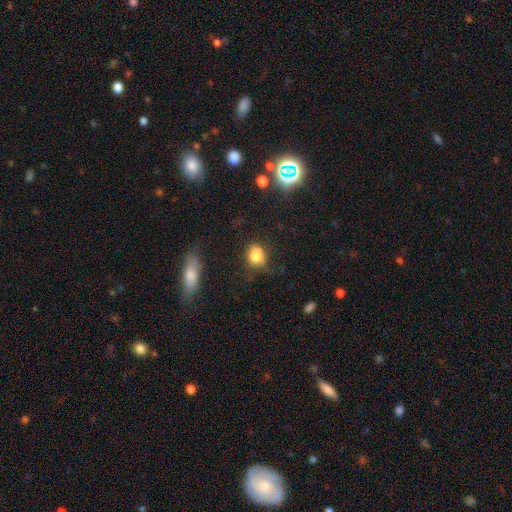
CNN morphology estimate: Smooth or featured: smooth — 80% (star or artifact — 11%)
How rounded: in between — 50% (round — 48%)
Merging: none — 59% (minor disturbance — 27%)